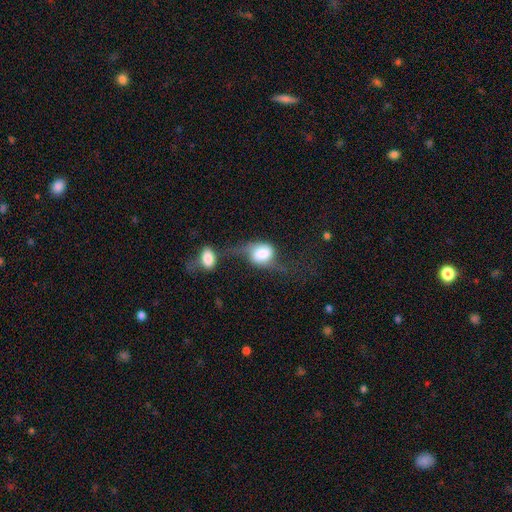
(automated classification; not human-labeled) Smooth or featured? Predicted: smooth (p=0.60). How rounded? Predicted: in between (p=0.63). Merging? Predicted: major disturbance (p=0.35).